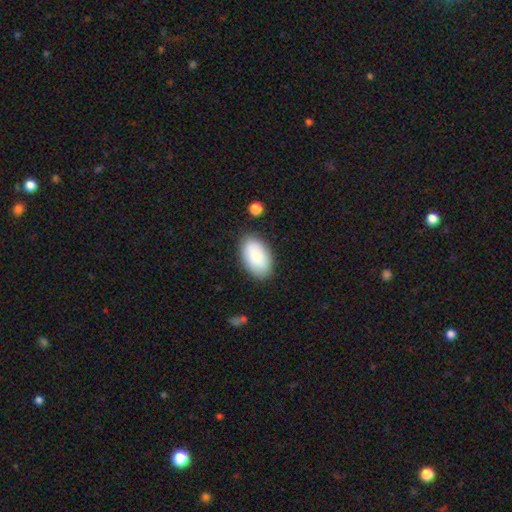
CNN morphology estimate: smooth 87%, featured or disk 7%, star or artifact 6%. Down the decision tree: how rounded — in between (94%); merging — none (83%).